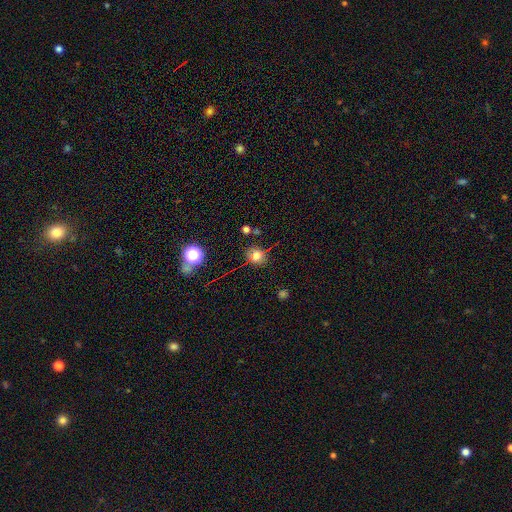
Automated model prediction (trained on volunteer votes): Overall: smooth (72%). How rounded: round (76%). Merging: none (80%).